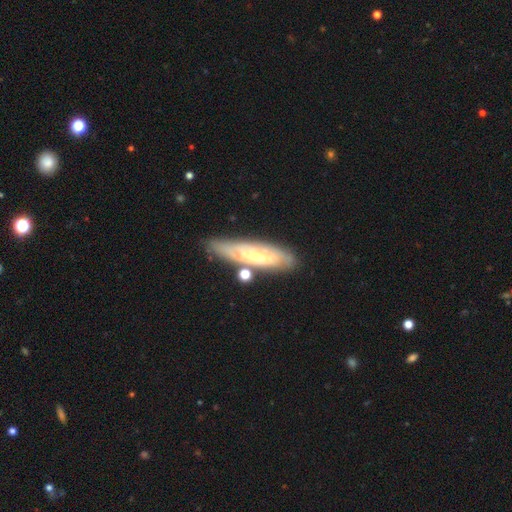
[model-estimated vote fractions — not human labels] smooth-or-featured: featured or disk: 63% | smooth: 30% | star or artifact: 7%
  disk-edge-on: no: 71% | yes: 29%
  merging: none: 68% | minor disturbance: 18% | merger: 9% | major disturbance: 5%